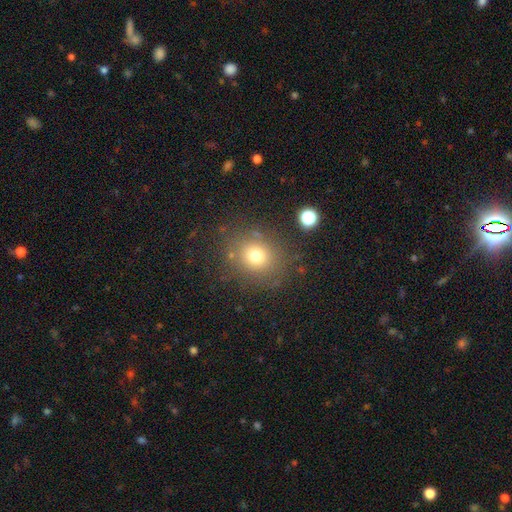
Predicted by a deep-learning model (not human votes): Smooth or featured: smooth — 73% (star or artifact — 16%)
How rounded: round — 80% (in between — 19%)
Merging: none — 80% (minor disturbance — 11%)